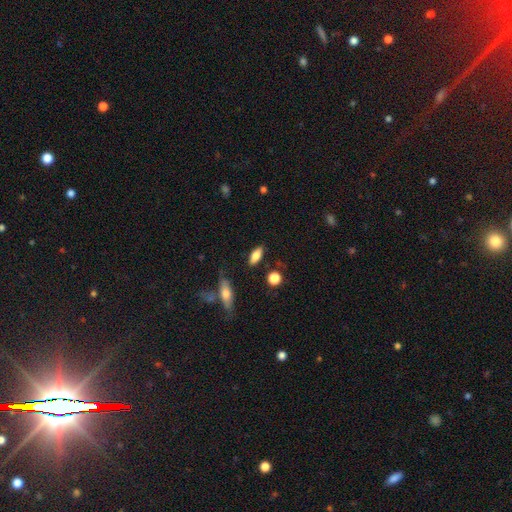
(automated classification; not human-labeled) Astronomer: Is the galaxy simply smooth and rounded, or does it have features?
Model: smooth — 79%.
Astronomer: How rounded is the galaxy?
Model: in between — 78%.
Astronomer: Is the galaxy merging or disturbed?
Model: none — 83%.